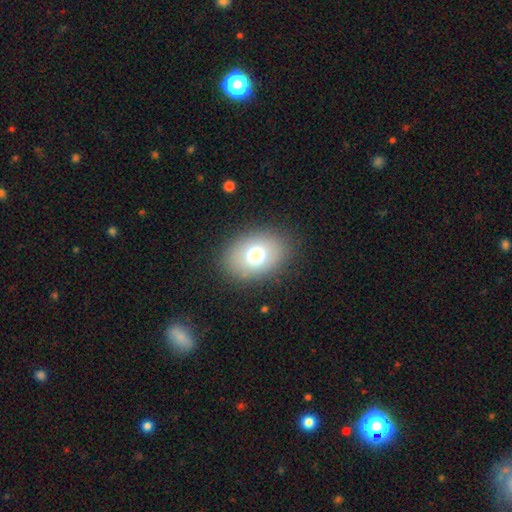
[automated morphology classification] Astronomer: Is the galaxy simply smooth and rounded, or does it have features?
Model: smooth — 73%.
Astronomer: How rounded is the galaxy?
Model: in between — 67%.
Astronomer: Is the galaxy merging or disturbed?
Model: none — 86%.